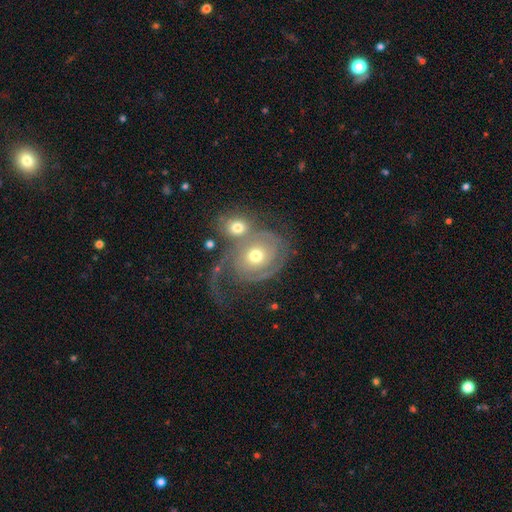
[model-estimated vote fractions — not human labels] featured or disk 74%, smooth 19%, star or artifact 7%. Down the decision tree: edge-on disk — no (96%); bar — no (80%); spiral arms — yes (85%); spiral arm count — 2 (49%); spiral winding — tight (48%); bulge size — moderate (65%); merging — merger (46%).